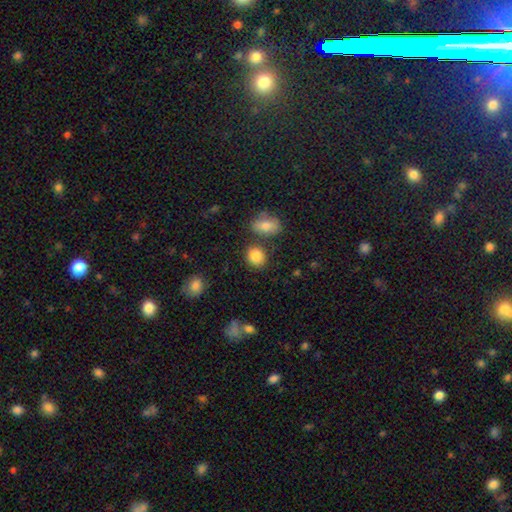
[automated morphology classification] Smooth or featured? Predicted: smooth (p=0.86). How rounded? Predicted: round (p=0.66). Merging? Predicted: none (p=0.77).